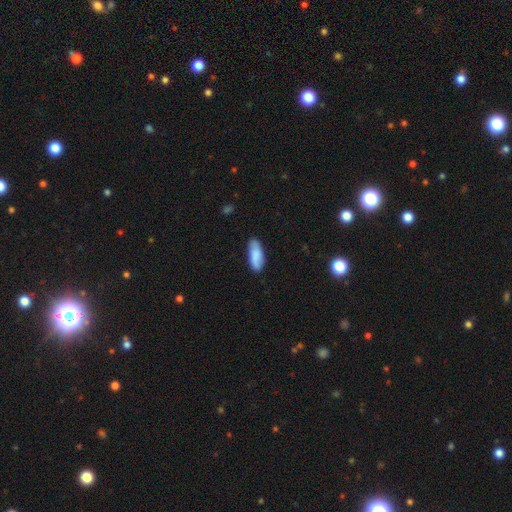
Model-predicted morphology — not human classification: smooth_or_featured: smooth (p=0.81) [alt: featured or disk p=0.13]
how_rounded: in between (p=0.74) [alt: cigar-shaped p=0.24]
merging: none (p=0.80) [alt: minor disturbance p=0.16]